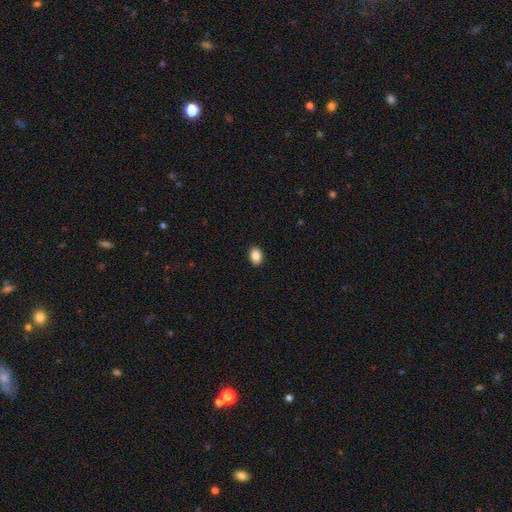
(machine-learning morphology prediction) Overall: smooth (87%). How rounded: in between (81%). Merging: none (90%).